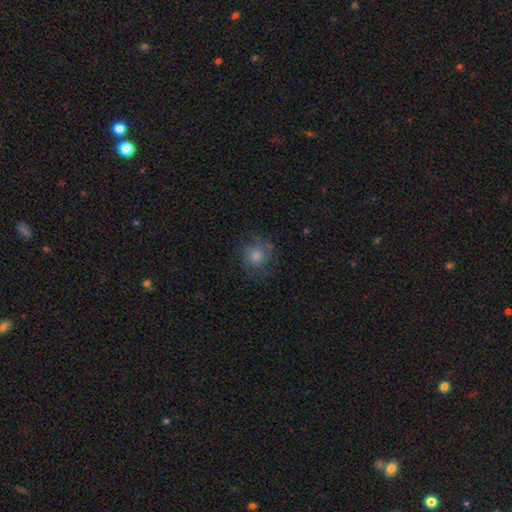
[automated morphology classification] A smooth galaxy with no disk features (61%) that is round (87%). Merging: none (72%).